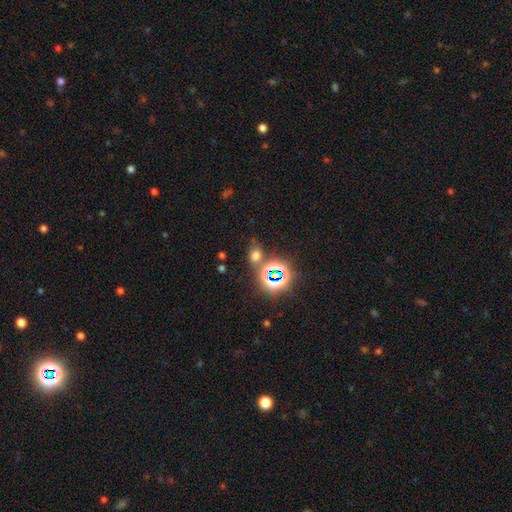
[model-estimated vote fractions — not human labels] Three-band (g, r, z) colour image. It shows a smooth galaxy with no disk features (52%) that is round (50%). Merging: none (66%).